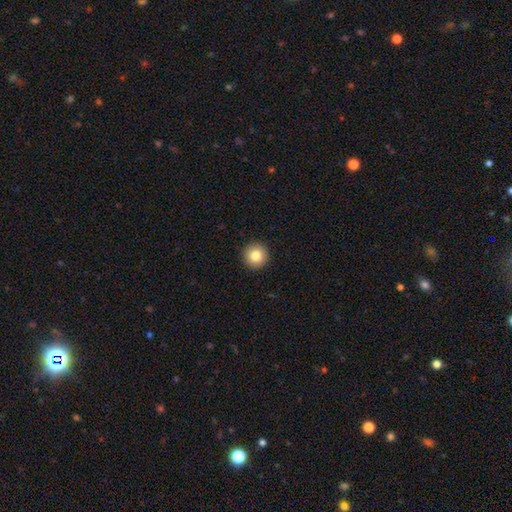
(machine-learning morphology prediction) smooth 83%, star or artifact 9%, featured or disk 7%. Down the decision tree: how rounded — round (96%); merging — none (94%).